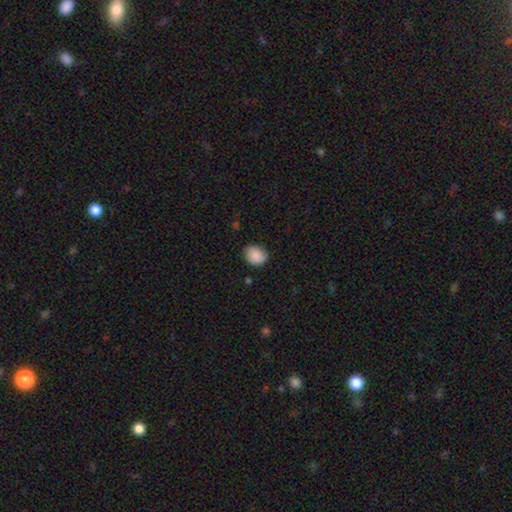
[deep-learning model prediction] smooth 87%, star or artifact 7%, featured or disk 5%. Down the decision tree: how rounded — round (57%); merging — none (78%).